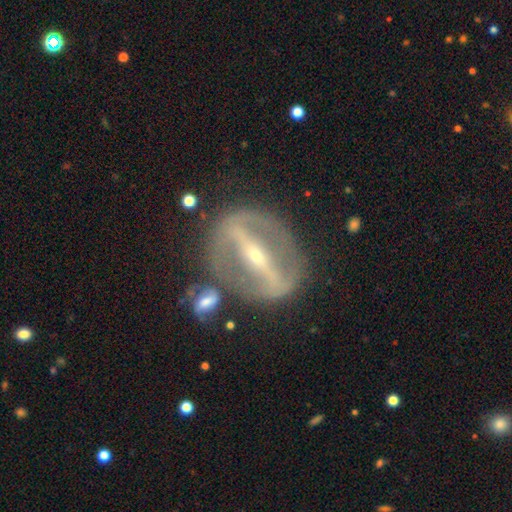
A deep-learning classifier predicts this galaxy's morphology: The model was most divided on "spiral arms": no: 53%, yes: 47%. More confident: smooth or featured — featured or disk (85%); bar — strong (85%); edge-on disk — no (84%); merging — none (72%); bulge size — small (70%).